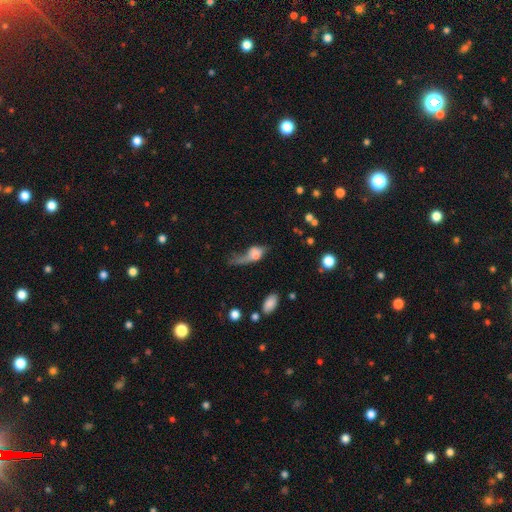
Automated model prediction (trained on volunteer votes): Smooth or featured? smooth (59%)
How rounded? in between (68%)
Merging? major disturbance (57%)